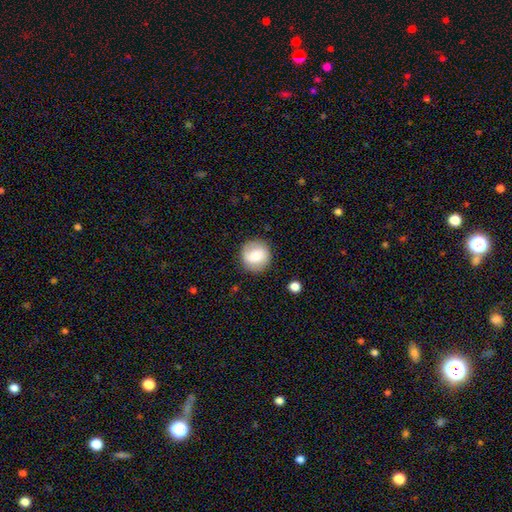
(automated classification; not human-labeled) Smooth or featured?
  - smooth: 69% *
  - featured or disk: 23%
  - star or artifact: 8%
How rounded?
  - round: 93% *
  - in between: 6%
  - cigar-shaped: 1%
Merging?
  - none: 85% *
  - minor disturbance: 10%
  - major disturbance: 3%
  - merger: 1%